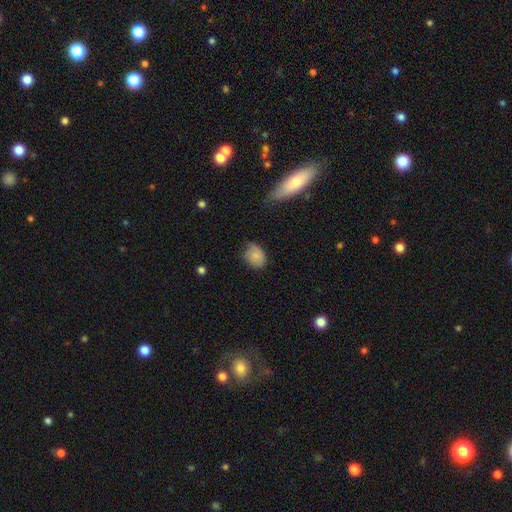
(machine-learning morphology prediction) smooth-or-featured: smooth: 80% | featured or disk: 12% | star or artifact: 9%
  how-rounded: in between: 62% | round: 36% | cigar-shaped: 1%
  merging: none: 60% | minor disturbance: 31% | major disturbance: 7% | merger: 2%